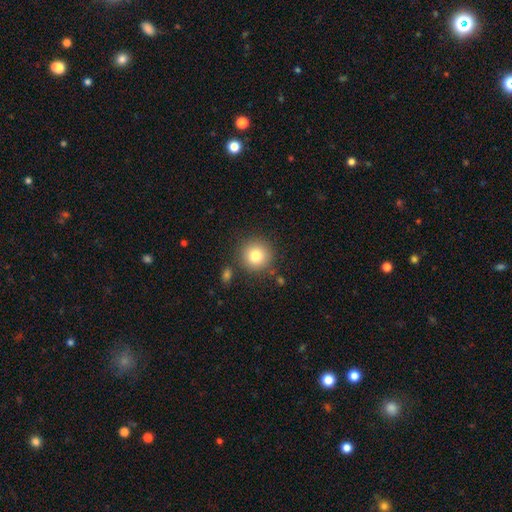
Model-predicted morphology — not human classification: smooth 80%, star or artifact 10%, featured or disk 9%. Down the decision tree: how rounded — round (94%); merging — none (85%).